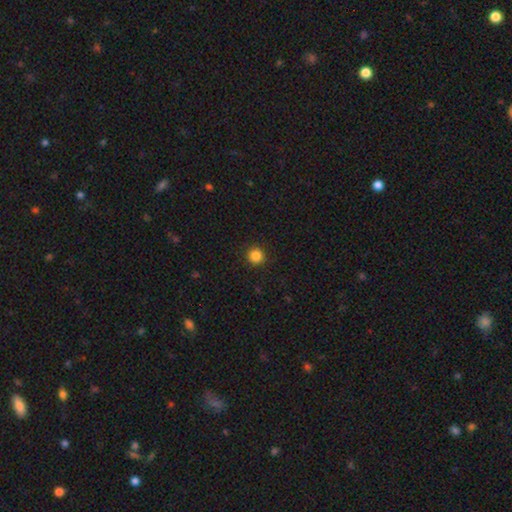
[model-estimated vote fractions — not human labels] This appears to be a smooth galaxy with no disk features (85%) that is round (95%). Merging: none (92%).